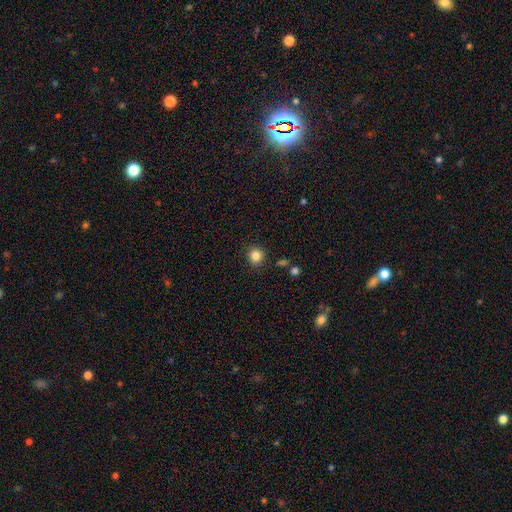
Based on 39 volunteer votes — Smooth or featured: smooth — 87% (star or artifact — 10%)
How rounded: round — 100%
Merging: none — 91% (merger — 6%)